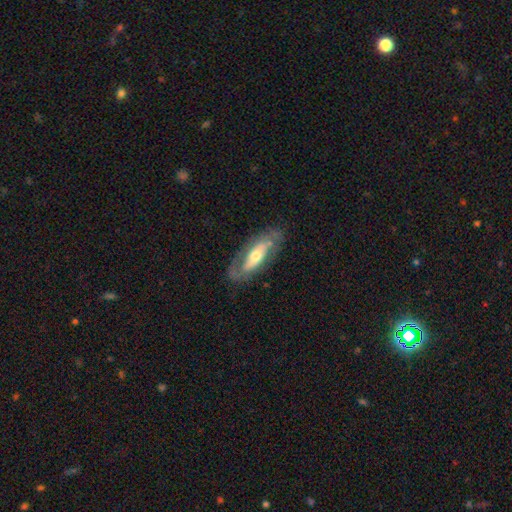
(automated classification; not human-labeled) Overall: featured or disk (68%). Edge-on disk: no (81%). Bar: no (50%; weak 26%). Spiral arms: yes (70%; no 30%). Bulge size: moderate (59%; small 28%). Merging: none (74%).